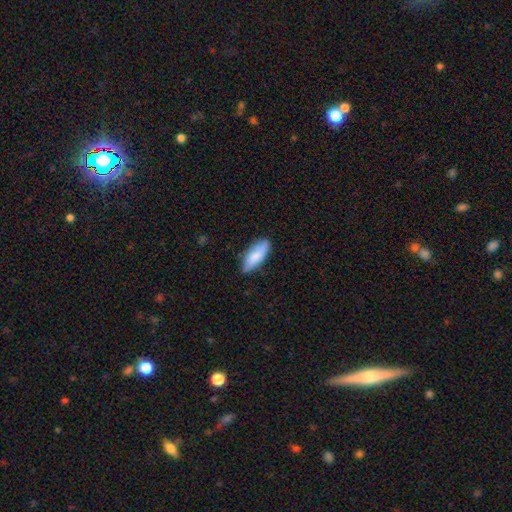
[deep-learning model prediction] Smooth or featured? smooth (82%)
How rounded? in between (74%)
Merging? none (78%)